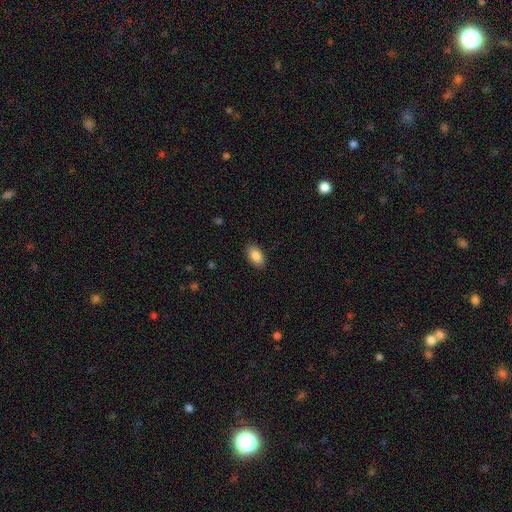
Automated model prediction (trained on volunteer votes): Smooth or featured: smooth — 85% (featured or disk — 8%)
How rounded: in between — 93% (round — 5%)
Merging: none — 89% (minor disturbance — 8%)